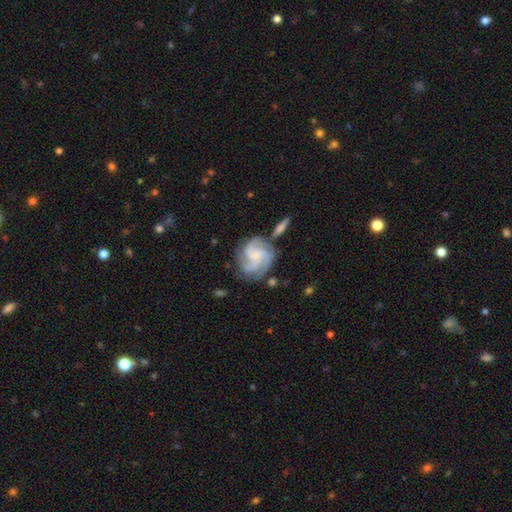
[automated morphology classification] This is clearly a featured or disk galaxy (82%). It is clearly not viewed edge-on (98%). Bar: possibly no (59%). Spiral arm pattern: clearly yes (97%). Spiral arm count: possibly 3 (49%). Spiral winding: marginally medium (44%, tied with tight). Central bulge: marginally small (42%). Merging: likely none (67%).